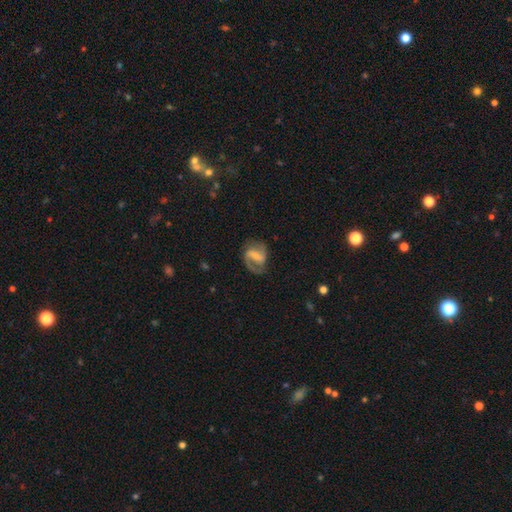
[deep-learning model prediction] featured or disk 80%, smooth 14%, star or artifact 6%. Down the decision tree: edge-on disk — no (97%); bar — strong (47%); spiral arms — yes (92%); spiral arm count — 2 (75%); spiral winding — medium (50%); bulge size — small (49%); merging — none (67%).